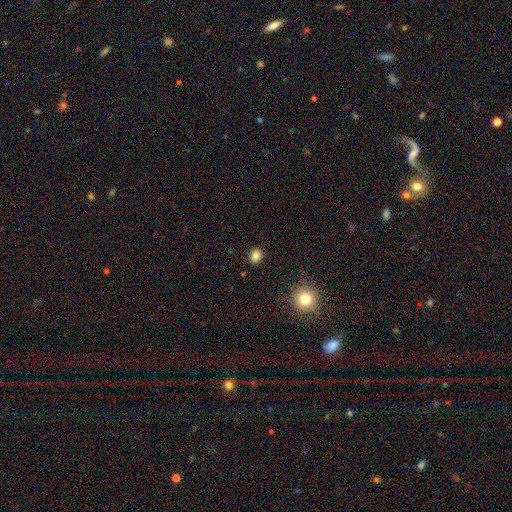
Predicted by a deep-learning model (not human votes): Morphology: type=smooth (84%); roundness=round (62%); merging=none (88%).